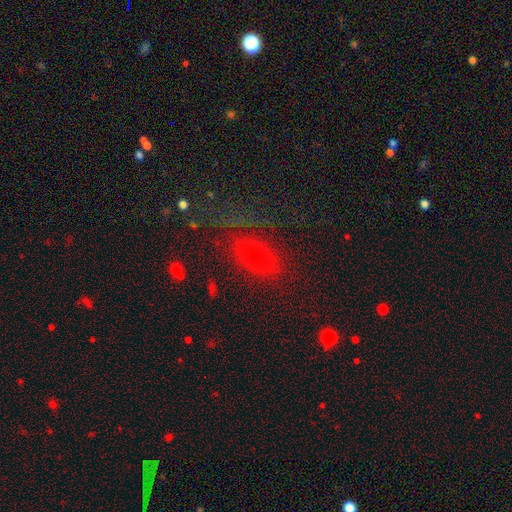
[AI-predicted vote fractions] Q: Smooth or featured?
A: smooth (51%); runner-up: featured or disk (27%)
Q: How rounded?
A: in between (59%); runner-up: cigar-shaped (29%)
Q: Merging?
A: none (71%); runner-up: minor disturbance (14%)